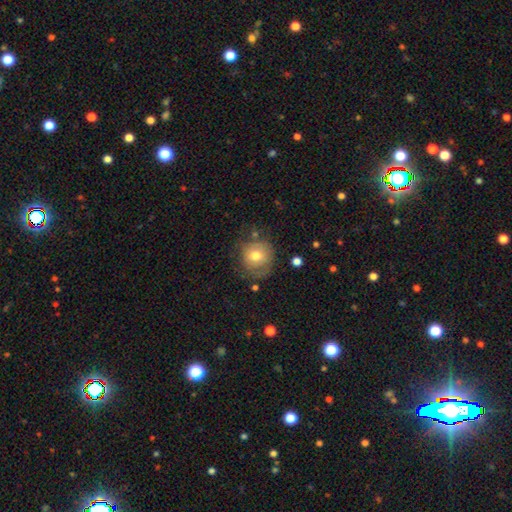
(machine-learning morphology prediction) A smooth galaxy with no disk features (71%) that is round (87%).

Vote fractions:
- Smooth or featured? smooth: 71% / featured or disk: 20% / star or artifact: 9%
- How rounded? round: 87% / in between: 12% / cigar-shaped: 1%
- Merging? none: 63% / minor disturbance: 22% / major disturbance: 11% / merger: 3%